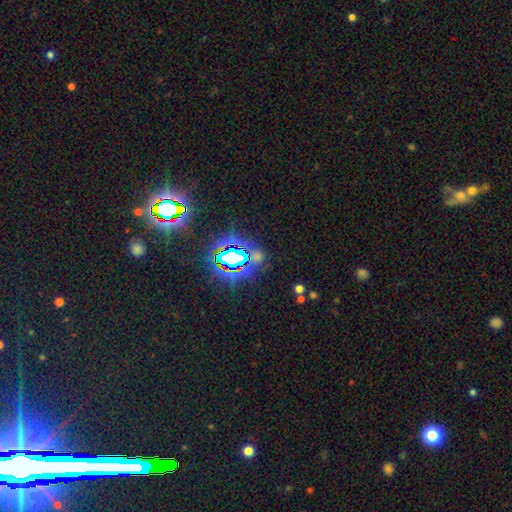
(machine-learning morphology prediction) A star or artifact, not a galaxy (70%).